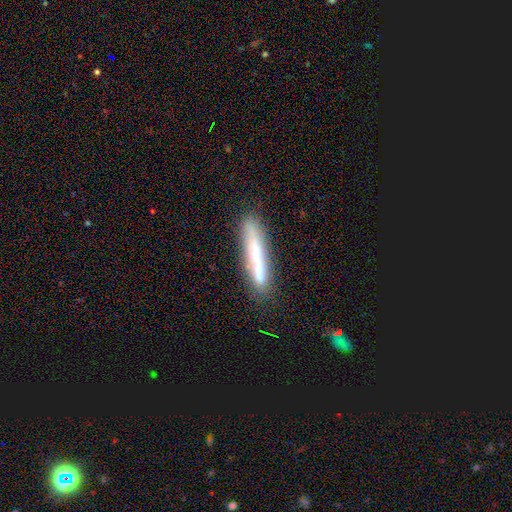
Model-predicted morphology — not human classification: Smooth or featured?
  - featured or disk: 58% *
  - smooth: 34%
  - star or artifact: 7%
Edge-on disk?
  - yes: 77% *
  - no: 23%
Merging?
  - none: 75% *
  - minor disturbance: 13%
  - merger: 8%
  - major disturbance: 4%